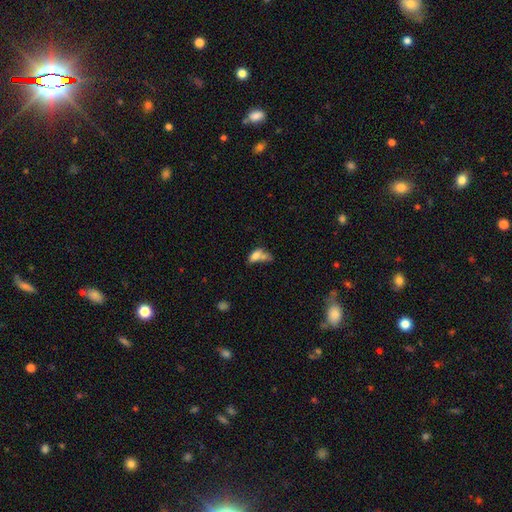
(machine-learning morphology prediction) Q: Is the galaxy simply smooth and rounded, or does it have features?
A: smooth — 67%.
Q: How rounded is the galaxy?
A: in between — 82%.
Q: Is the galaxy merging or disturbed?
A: merger — 49%.